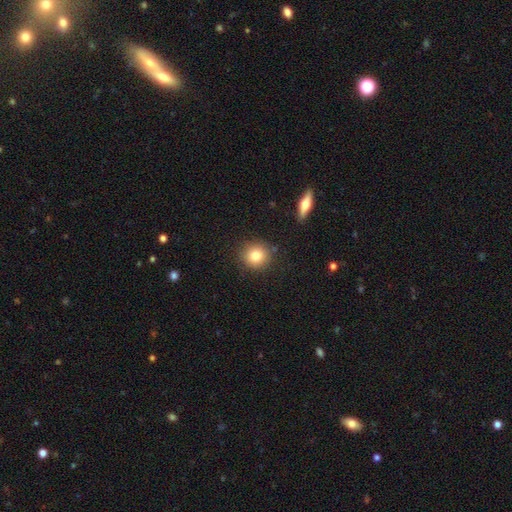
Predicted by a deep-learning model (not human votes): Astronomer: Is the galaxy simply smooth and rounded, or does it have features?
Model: smooth — 81%.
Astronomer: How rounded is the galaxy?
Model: round — 91%.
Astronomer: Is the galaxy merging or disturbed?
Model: none — 87%.